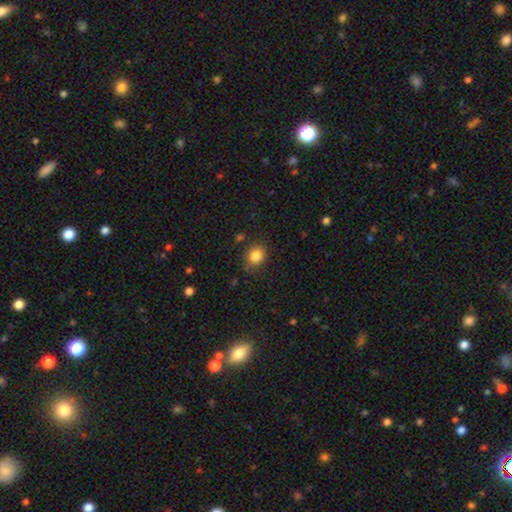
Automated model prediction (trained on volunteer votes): Smooth or featured: smooth — 85% (star or artifact — 10%)
How rounded: round — 70% (in between — 29%)
Merging: none — 81% (minor disturbance — 13%)